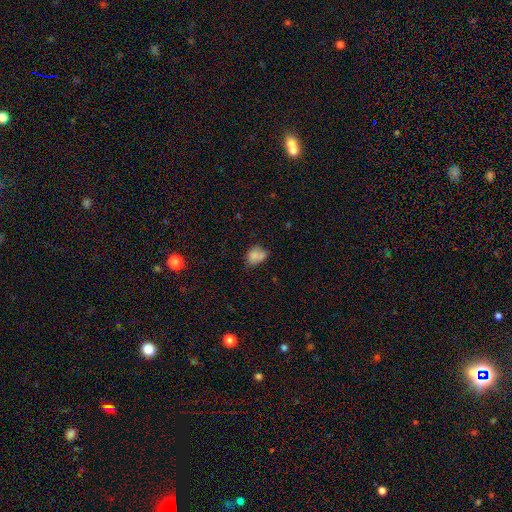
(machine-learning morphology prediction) This is likely a smooth galaxy (77%). How rounded: likely in between (60%). Merging: marginally none (40%).